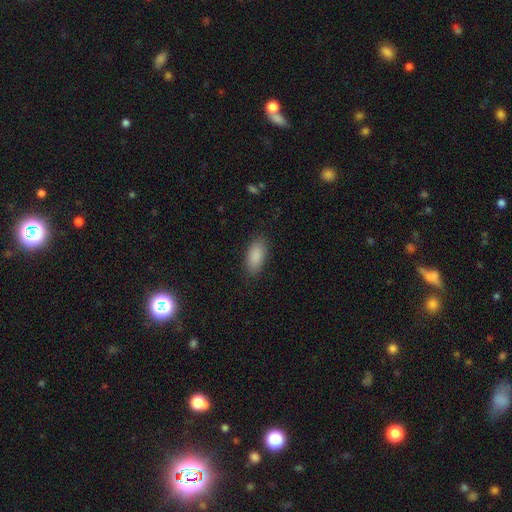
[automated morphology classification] Smooth or featured?
  - smooth: 89% *
  - star or artifact: 7%
  - featured or disk: 5%
How rounded?
  - in between: 91% *
  - cigar-shaped: 6%
  - round: 3%
Merging?
  - none: 86% *
  - minor disturbance: 10%
  - major disturbance: 3%
  - merger: 1%